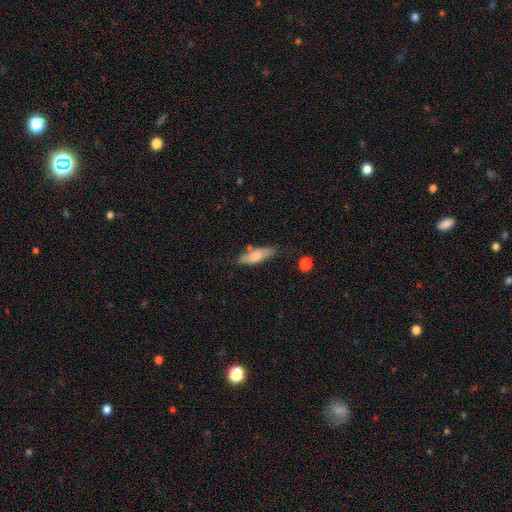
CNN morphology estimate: Smooth or featured? smooth (67%)
How rounded? in between (57%)
Merging? none (67%)